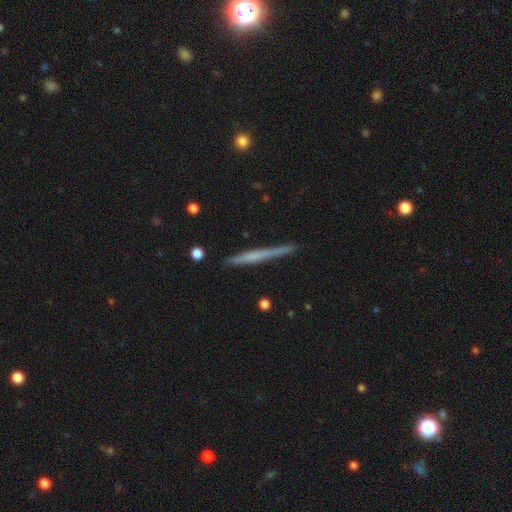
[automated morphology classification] type=smooth (48%); merging=none (86%).